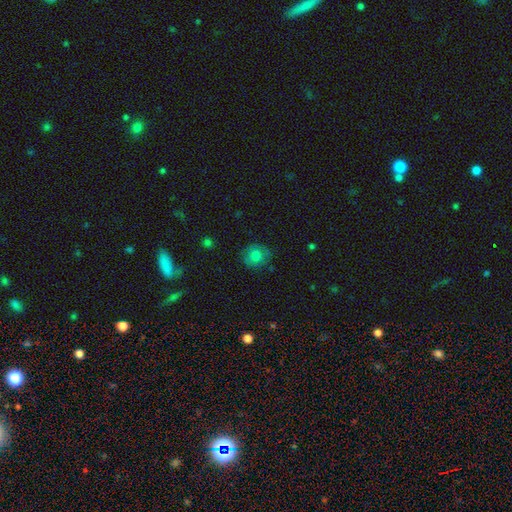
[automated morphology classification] Smooth or featured?
  - smooth: 78% *
  - featured or disk: 12%
  - star or artifact: 11%
How rounded?
  - round: 83% *
  - in between: 16%
  - cigar-shaped: 1%
Merging?
  - none: 79% *
  - minor disturbance: 16%
  - major disturbance: 4%
  - merger: 1%